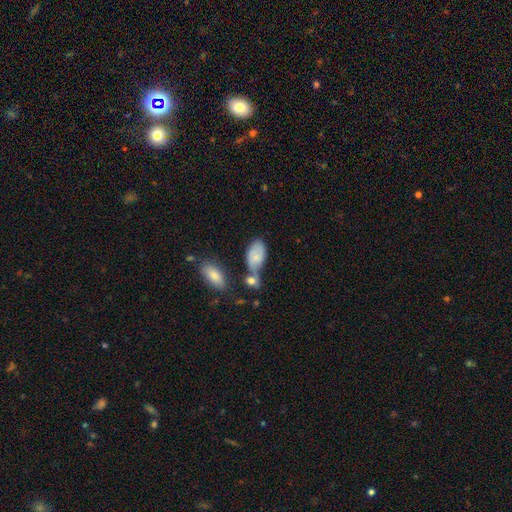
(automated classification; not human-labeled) This appears to be a smooth galaxy with no disk features (69%) that is in between round and cigar-shaped (92%). Merging: none (34%).